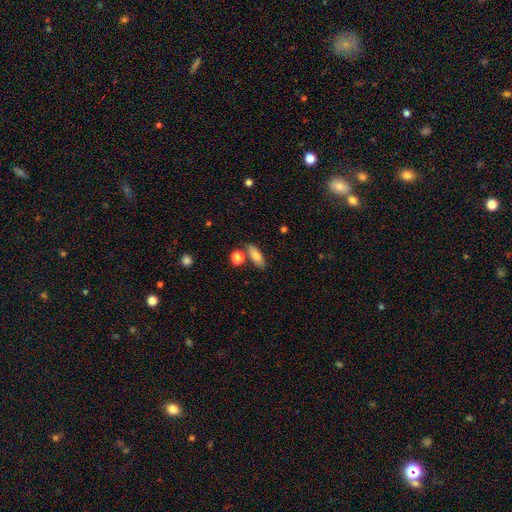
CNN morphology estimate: smooth_or_featured: smooth (p=0.78) [alt: featured or disk p=0.15]
how_rounded: in between (p=0.67) [alt: cigar-shaped p=0.28]
merging: none (p=0.73) [alt: minor disturbance p=0.12]